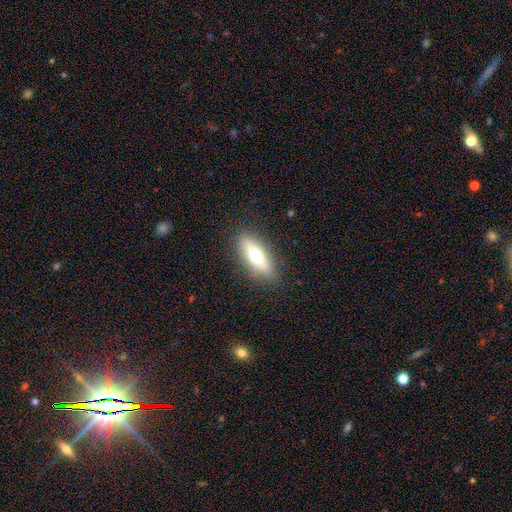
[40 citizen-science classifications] Q: Smooth or featured?
A: smooth (72%); runner-up: featured or disk (22%)
Q: How rounded?
A: in between (55%); runner-up: cigar-shaped (38%)
Q: Merging?
A: none (87%); runner-up: minor disturbance (11%)